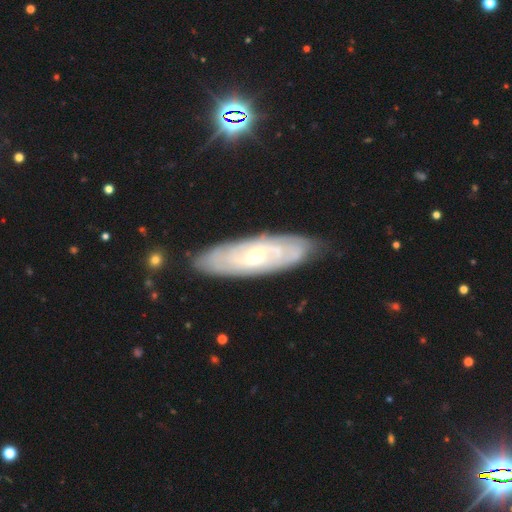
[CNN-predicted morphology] type=featured or disk (78%); edge-on=no (83%); bar=no (53%); spiral arms=yes (88%); winding=tight (69%); arm count=can't tell (56%); bulge=moderate (52%); merging=none (83%).